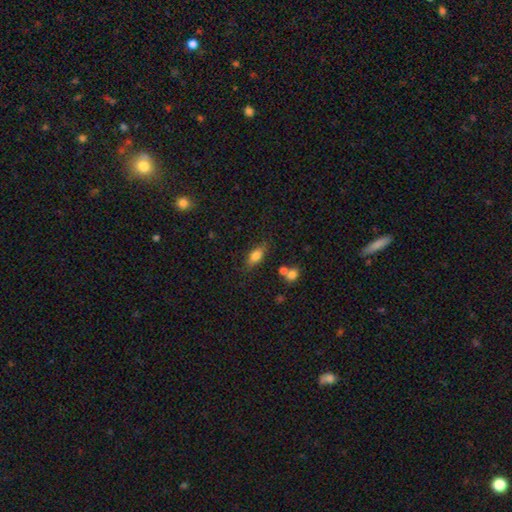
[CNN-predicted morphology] smooth 74%, featured or disk 17%, star or artifact 9%. Down the decision tree: how rounded — in between (78%); merging — none (73%).